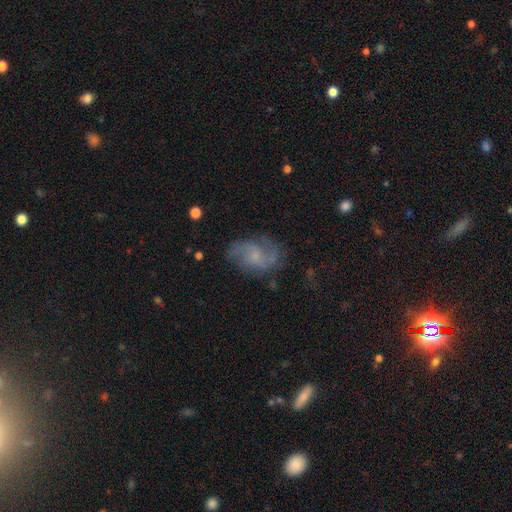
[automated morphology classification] A featured or disk galaxy (75%) with no bar (64%), 2 (71%) medium (48%) spiral arms (93%) and a small central bulge (68%). Merging: none (70%).